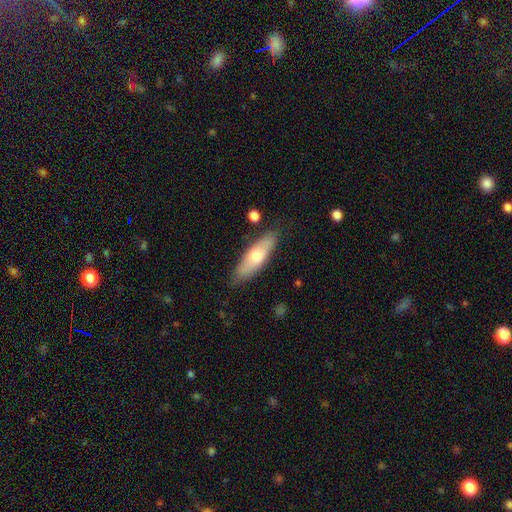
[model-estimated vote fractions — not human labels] A smooth galaxy with no disk features (61%) that is in between round and cigar-shaped (51%).

Vote fractions:
- Smooth or featured? smooth: 61% / featured or disk: 33% / star or artifact: 6%
- How rounded? in between: 51% / cigar-shaped: 46% / round: 2%
- Merging? none: 83% / minor disturbance: 13% / major disturbance: 3% / merger: 2%